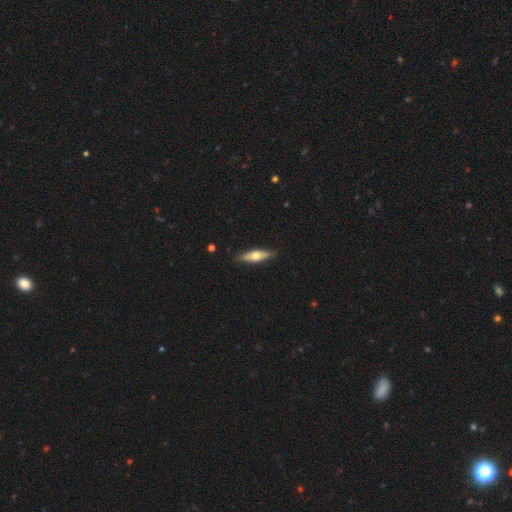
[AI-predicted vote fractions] smooth-or-featured: smooth: 51% | featured or disk: 44% | star or artifact: 5%
  how-rounded: cigar-shaped: 54% | in between: 44% | round: 2%
  merging: none: 85% | minor disturbance: 12% | major disturbance: 2% | merger: 1%